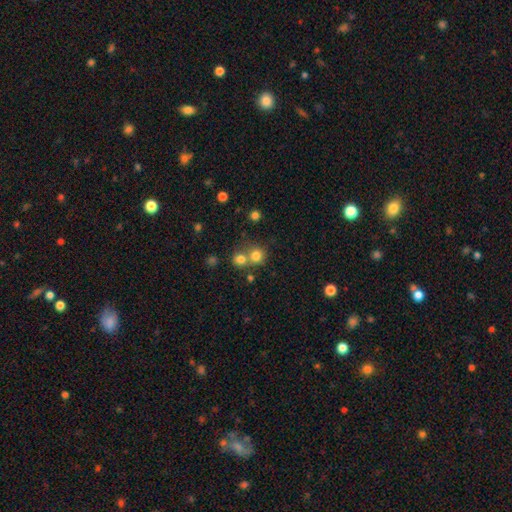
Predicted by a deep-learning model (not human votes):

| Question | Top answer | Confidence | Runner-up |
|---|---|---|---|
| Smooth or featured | smooth | 77% | star or artifact (15%) |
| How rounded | round | 85% | in between (14%) |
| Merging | none | 48% | merger (43%) |